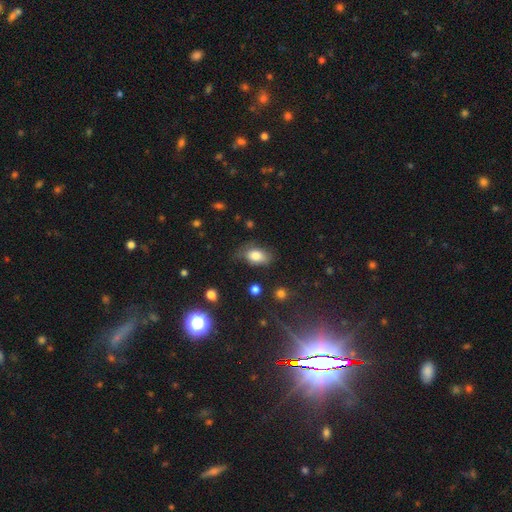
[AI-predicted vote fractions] Smooth or featured? Predicted: smooth (p=0.81). How rounded? Predicted: in between (p=0.88). Merging? Predicted: none (p=0.58).